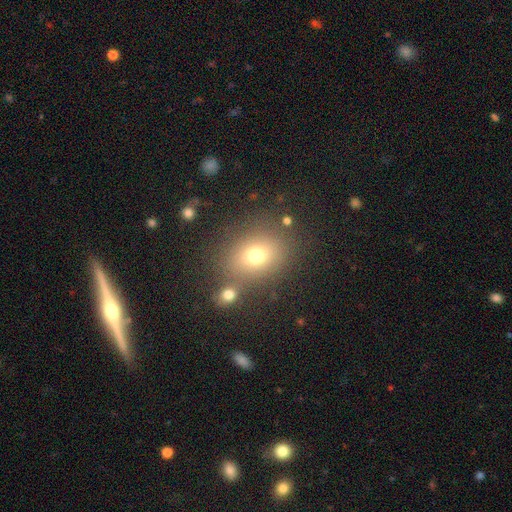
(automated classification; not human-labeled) Overall: smooth (72%). How rounded: in between (52%; round 47%). Merging: none (71%).